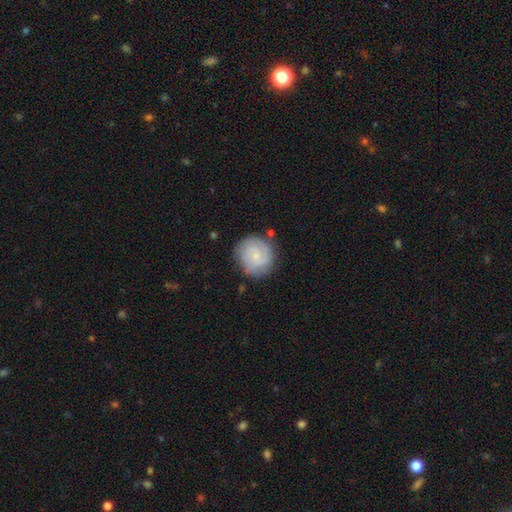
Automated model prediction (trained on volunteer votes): Smooth or featured?
  - featured or disk: 50% *
  - smooth: 44%
  - star or artifact: 6%
Merging?
  - none: 78% *
  - minor disturbance: 15%
  - major disturbance: 4%
  - merger: 3%